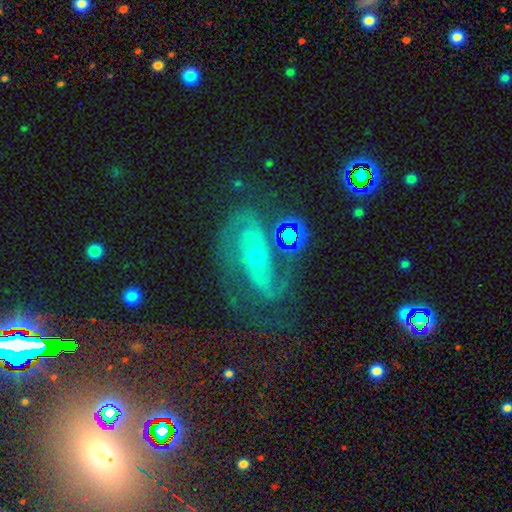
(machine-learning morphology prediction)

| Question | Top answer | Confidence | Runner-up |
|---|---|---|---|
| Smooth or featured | featured or disk | 77% | star or artifact (13%) |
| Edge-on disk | no | 95% | yes (5%) |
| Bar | no | 49% | weak (30%) |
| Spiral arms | yes | 92% | no (8%) |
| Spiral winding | medium | 47% | tight (34%) |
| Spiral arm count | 2 | 71% | can't tell (12%) |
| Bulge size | small | 73% | moderate (23%) |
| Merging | none | 57% | minor disturbance (20%) |